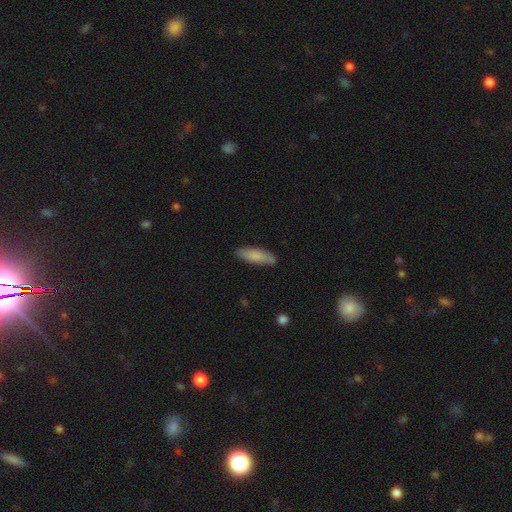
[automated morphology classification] This is clearly a smooth galaxy (82%). How rounded: possibly cigar-shaped (56%). Merging: clearly none (81%).